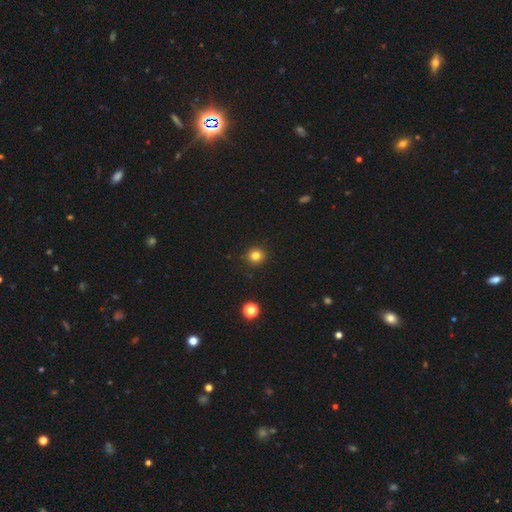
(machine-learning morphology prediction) smooth 82%, star or artifact 13%, featured or disk 6%. Down the decision tree: how rounded — round (89%); merging — none (91%).